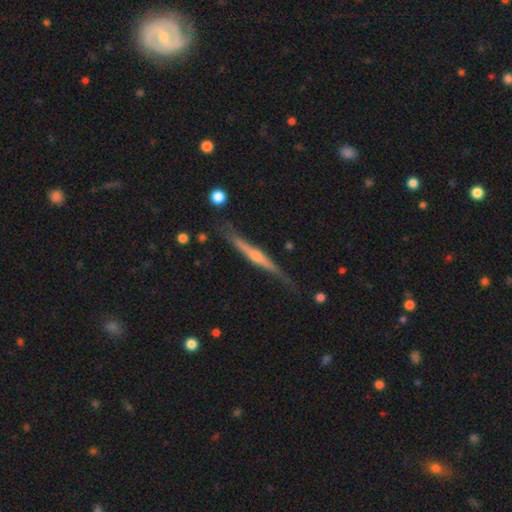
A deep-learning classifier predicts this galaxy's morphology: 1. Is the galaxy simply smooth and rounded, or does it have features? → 74% featured or disk, 20% smooth, 6% star or artifact.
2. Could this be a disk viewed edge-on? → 97% yes, 3% no.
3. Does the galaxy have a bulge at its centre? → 74% rounded, 18% none, 7% boxy.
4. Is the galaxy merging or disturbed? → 75% none, 19% minor disturbance, 4% major disturbance, 2% merger.